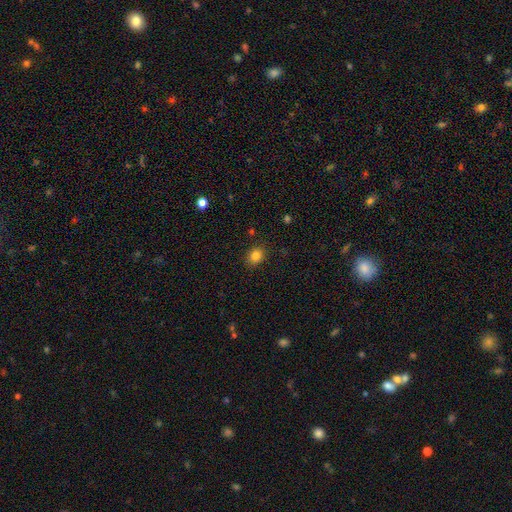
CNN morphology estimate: Overall: smooth (83%). How rounded: round (59%; in between 41%). Merging: none (87%).